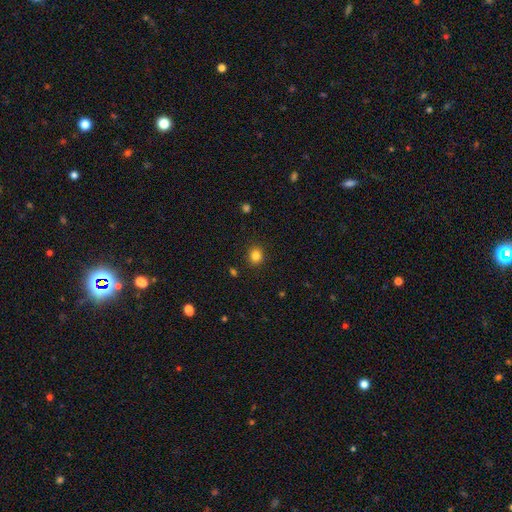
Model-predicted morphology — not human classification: This appears to be a smooth galaxy with no disk features (84%) that is round (81%). Merging: none (90%).